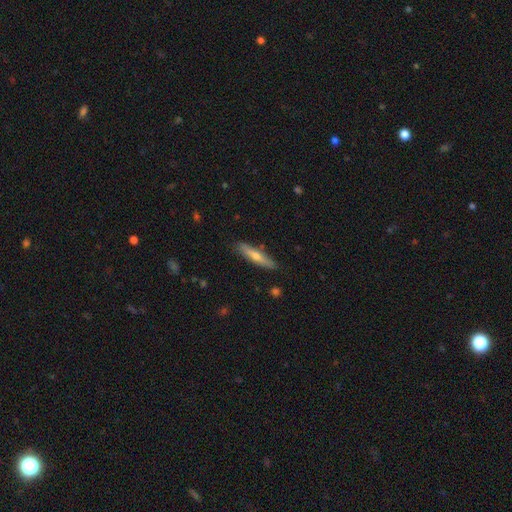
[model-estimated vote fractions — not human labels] Smooth or featured: featured or disk — 50% (smooth — 43%)
Merging: none — 87% (minor disturbance — 10%)